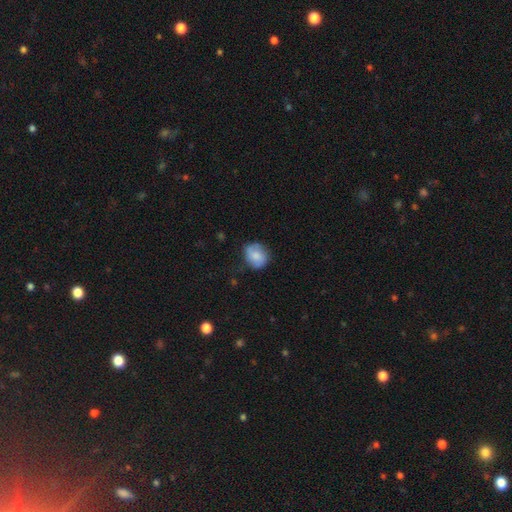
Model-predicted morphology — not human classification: Overall: smooth (74%). How rounded: round (70%). Merging: none (70%).